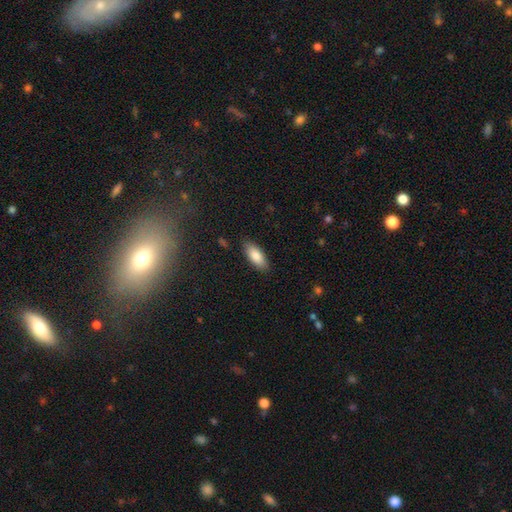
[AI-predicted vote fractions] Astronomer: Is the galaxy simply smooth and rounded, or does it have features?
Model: smooth — 85%.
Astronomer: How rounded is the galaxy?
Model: in between — 80%.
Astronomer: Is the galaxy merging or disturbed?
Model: none — 86%.